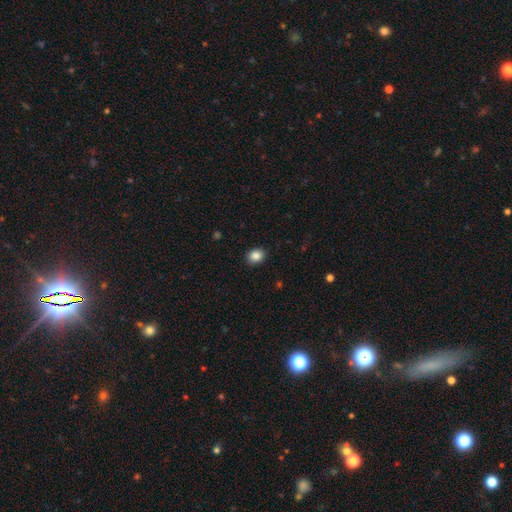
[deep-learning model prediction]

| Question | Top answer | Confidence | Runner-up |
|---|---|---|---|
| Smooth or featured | smooth | 87% | star or artifact (9%) |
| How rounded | round | 55% | in between (45%) |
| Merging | none | 89% | minor disturbance (8%) |